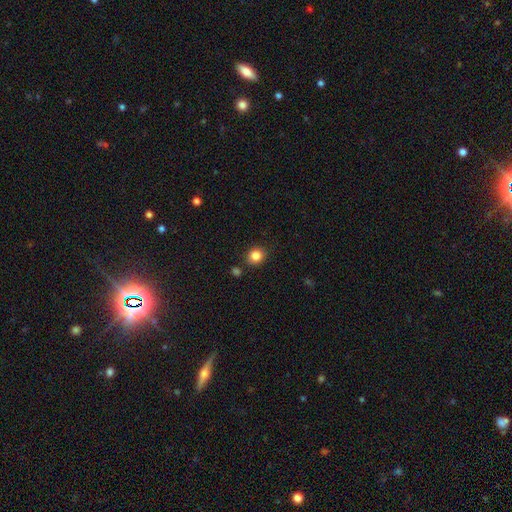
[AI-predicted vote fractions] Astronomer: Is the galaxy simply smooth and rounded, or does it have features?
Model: smooth — 84%.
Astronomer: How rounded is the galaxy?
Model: round — 78%.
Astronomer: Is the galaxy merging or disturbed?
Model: none — 85%.